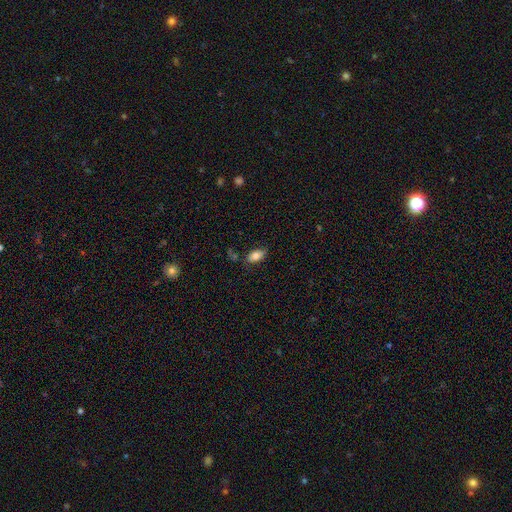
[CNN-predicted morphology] smooth-or-featured: smooth: 78% | featured or disk: 14% | star or artifact: 8%
  how-rounded: in between: 91% | round: 5% | cigar-shaped: 4%
  merging: none: 73% | minor disturbance: 19% | major disturbance: 5% | merger: 4%